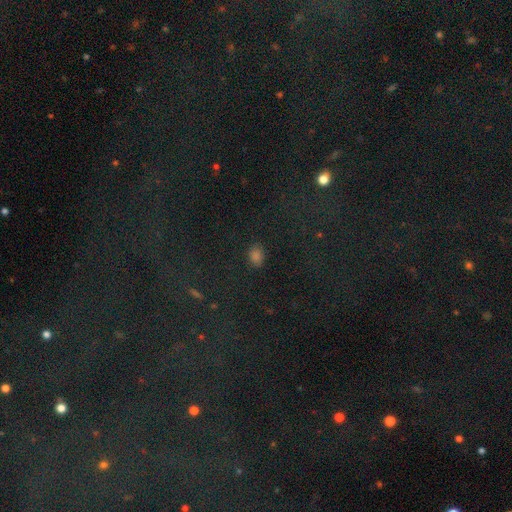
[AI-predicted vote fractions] A star or artifact, not a galaxy (61%).

Vote fractions:
- Smooth or featured? star or artifact: 61% / smooth: 31% / featured or disk: 9%